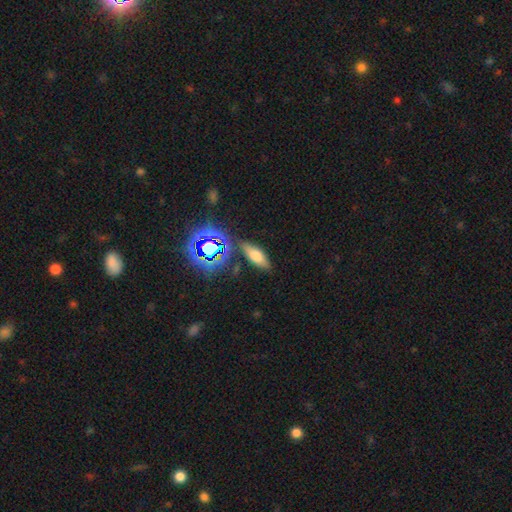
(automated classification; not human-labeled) Smooth or featured?
  - smooth: 59% *
  - star or artifact: 21%
  - featured or disk: 20%
How rounded?
  - in between: 64% *
  - cigar-shaped: 30%
  - round: 6%
Merging?
  - none: 81% *
  - minor disturbance: 11%
  - merger: 4%
  - major disturbance: 4%